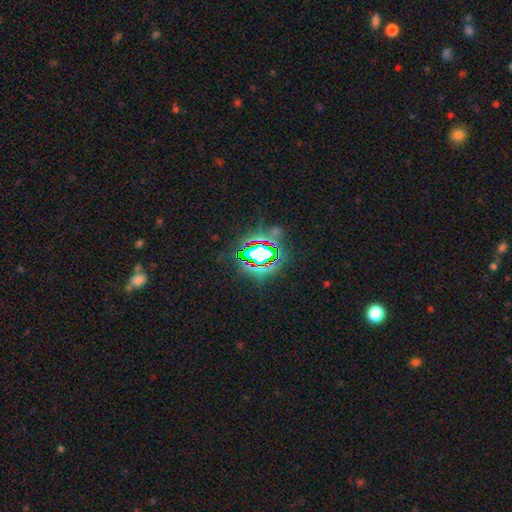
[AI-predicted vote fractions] smooth-or-featured: star or artifact: 72% | smooth: 16% | featured or disk: 12%